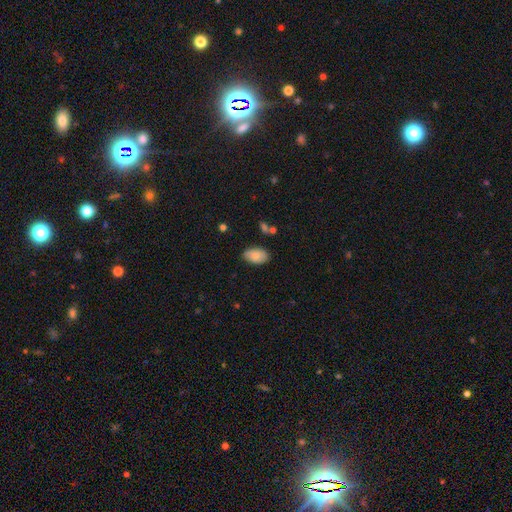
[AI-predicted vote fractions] Smooth or featured? Predicted: smooth (p=0.85). How rounded? Predicted: in between (p=0.94). Merging? Predicted: none (p=0.79).